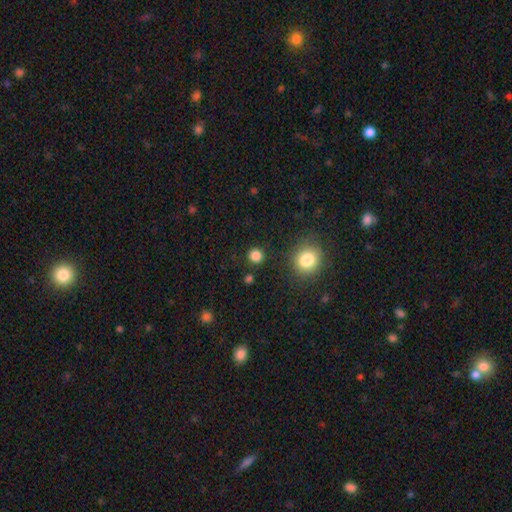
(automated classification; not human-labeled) A smooth galaxy with no disk features (83%) that is round (91%). Merging: none (89%).